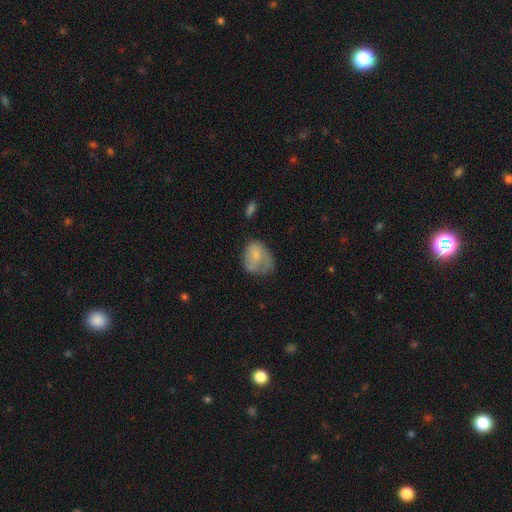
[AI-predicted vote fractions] A smooth galaxy with no disk features (62%) that is in between round and cigar-shaped (61%).

Vote fractions:
- Smooth or featured? smooth: 62% / featured or disk: 29% / star or artifact: 9%
- How rounded? in between: 61% / round: 38% / cigar-shaped: 1%
- Merging? major disturbance: 32% (tied) / minor disturbance: 32% (tied) / none: 31% / merger: 5%